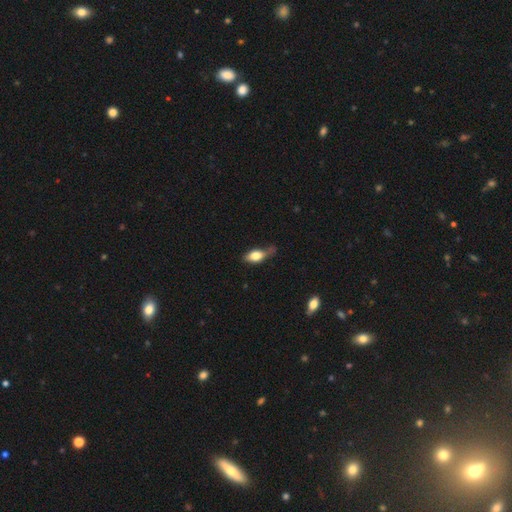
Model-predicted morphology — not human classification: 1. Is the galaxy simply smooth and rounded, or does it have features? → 76% smooth, 17% featured or disk, 7% star or artifact.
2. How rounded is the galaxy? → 83% in between, 11% cigar-shaped, 6% round.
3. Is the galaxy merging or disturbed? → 42% none, 37% minor disturbance, 15% major disturbance, 6% merger.